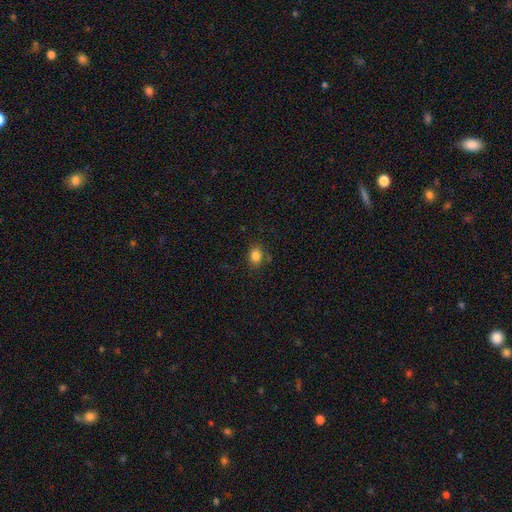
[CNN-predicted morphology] The model was most divided on "how rounded": in between: 55%, round: 44%, cigar-shaped: 1%. More confident: smooth or featured — smooth (83%); merging — none (78%).